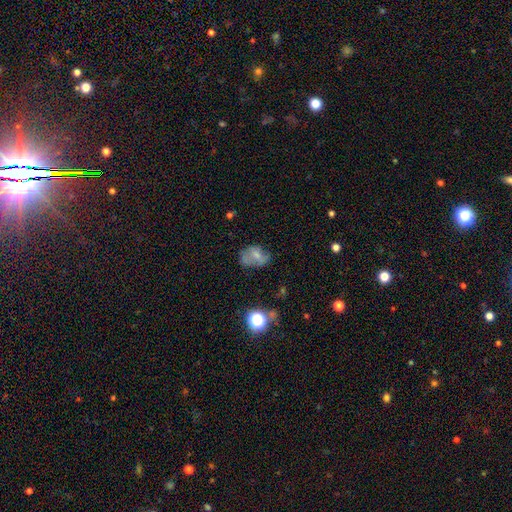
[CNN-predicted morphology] type=smooth (57%); roundness=in between (75%); merging=none (45%).